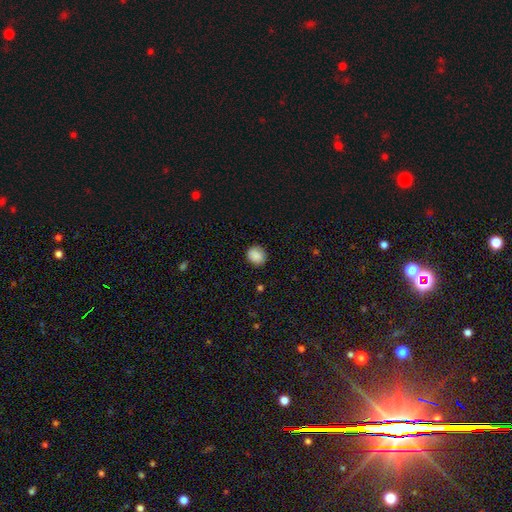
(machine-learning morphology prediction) Overall: smooth (88%). How rounded: round (72%). Merging: none (88%).